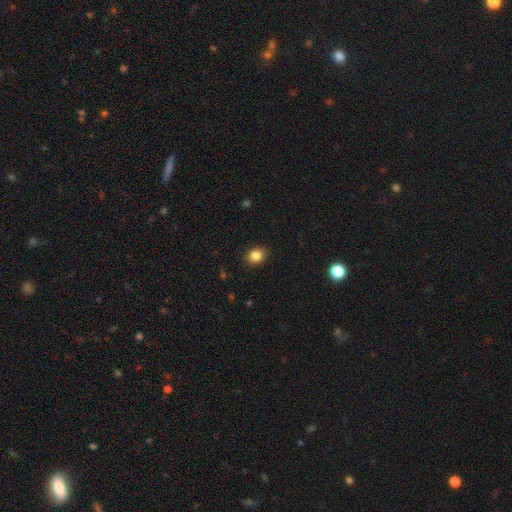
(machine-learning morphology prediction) This appears to be a smooth galaxy with no disk features (85%) that is round (57%). Merging: none (89%).